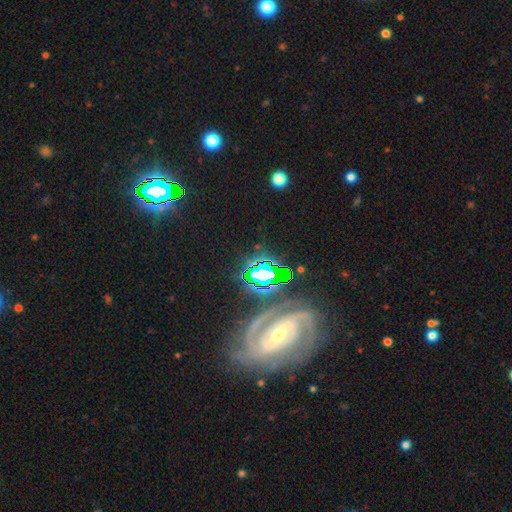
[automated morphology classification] A featured or disk galaxy (71%) with a weak bar (39%), 2 (55%) tight (55%) spiral arms (91%) and a small central bulge (57%).

Vote fractions:
- Smooth or featured? featured or disk: 71% / star or artifact: 17% / smooth: 12%
- Edge-on disk? no: 91% / yes: 9%
- Bar? weak: 39% / strong: 37% / no: 24%
- Spiral arms? yes: 91% / no: 9%
- Spiral winding? tight: 55% / medium: 34% / loose: 11%
- Spiral arm count? 2: 55% / can't tell: 18% / 3: 12% / 4: 6% / 1: 5% / more than 4: 5%
- Bulge size? small: 57% / moderate: 36% / large: 3% / none: 2% / dominant: 2%
- Merging? none: 73% / minor disturbance: 13% / major disturbance: 7% / merger: 7%